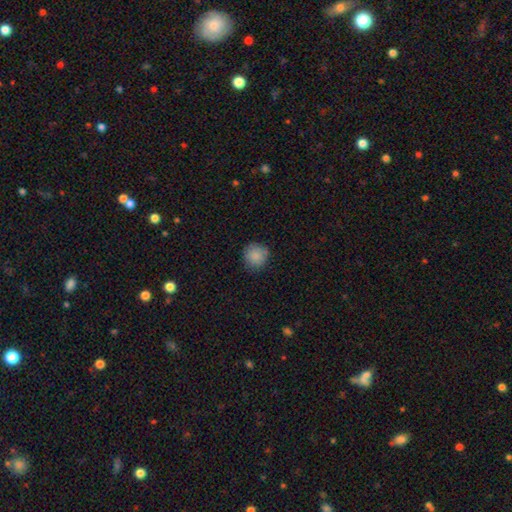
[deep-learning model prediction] smooth 86%, star or artifact 8%, featured or disk 5%. Down the decision tree: how rounded — round (92%); merging — none (85%).